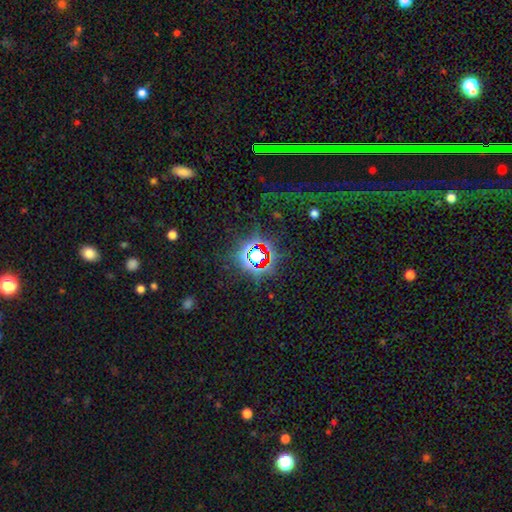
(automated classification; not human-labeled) smooth-or-featured: star or artifact: 79% | smooth: 13% | featured or disk: 9%